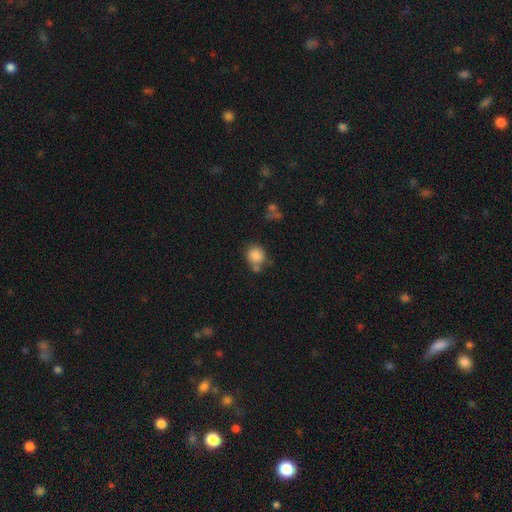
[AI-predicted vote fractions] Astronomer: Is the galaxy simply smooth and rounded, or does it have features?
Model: smooth — 85%.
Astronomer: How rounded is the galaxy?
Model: round — 82%.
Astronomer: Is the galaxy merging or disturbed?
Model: none — 58%.